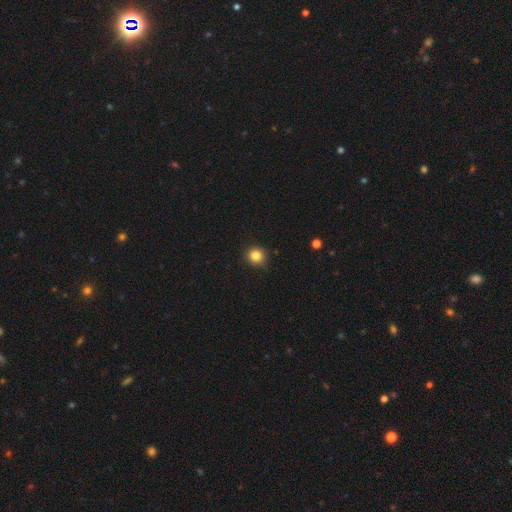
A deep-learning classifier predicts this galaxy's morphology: A smooth galaxy with no disk features (83%) that is round (93%). Merging: none (91%).